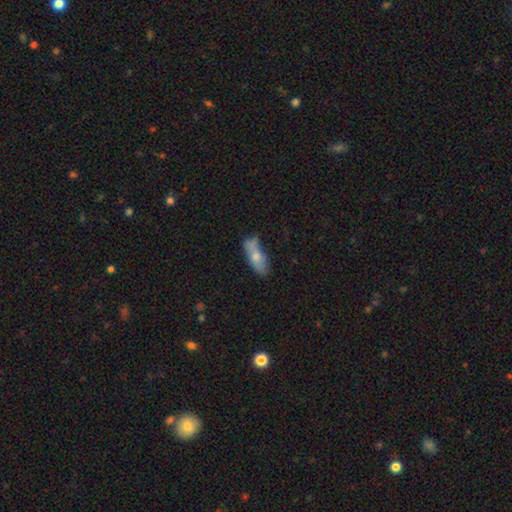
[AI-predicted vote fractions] smooth_or_featured: smooth (p=0.67) [alt: featured or disk p=0.25]
how_rounded: in between (p=0.73) [alt: cigar-shaped p=0.23]
merging: none (p=0.46) [alt: minor disturbance p=0.26]